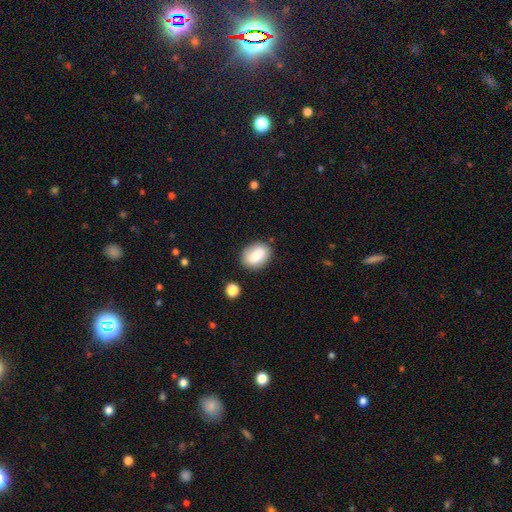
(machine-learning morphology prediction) Overall: smooth (83%). How rounded: in between (76%). Merging: none (80%).